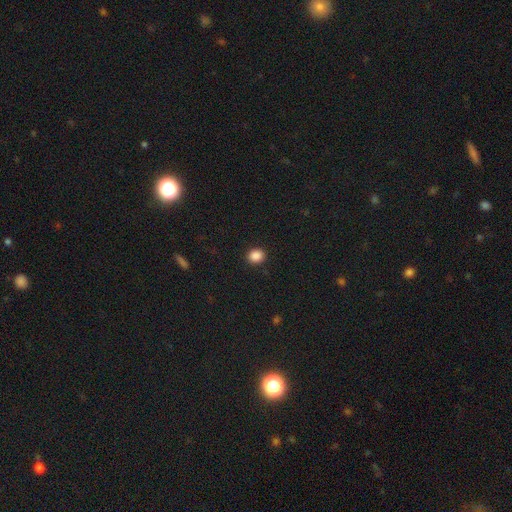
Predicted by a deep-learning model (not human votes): Smooth or featured? smooth (88%)
How rounded? round (70%)
Merging? none (91%)